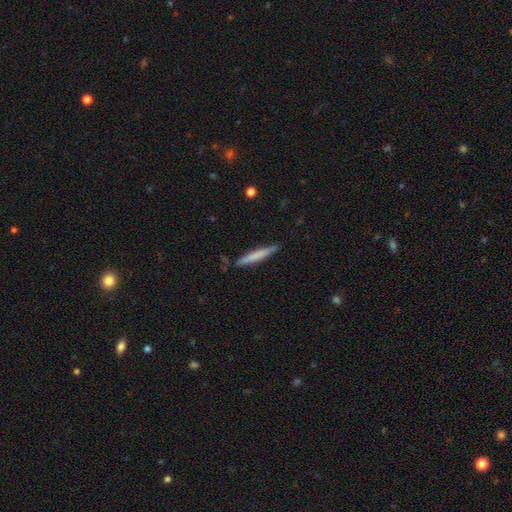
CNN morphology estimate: This is likely a smooth galaxy (66%). How rounded: clearly cigar-shaped (95%). Merging: clearly none (85%).